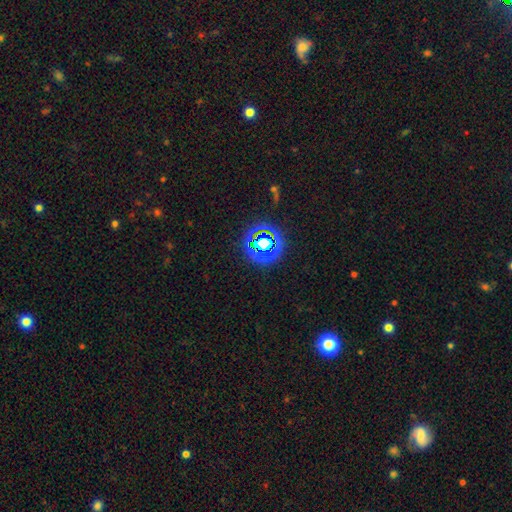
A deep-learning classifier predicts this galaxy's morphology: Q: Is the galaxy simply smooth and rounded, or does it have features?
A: star or artifact — 74%.